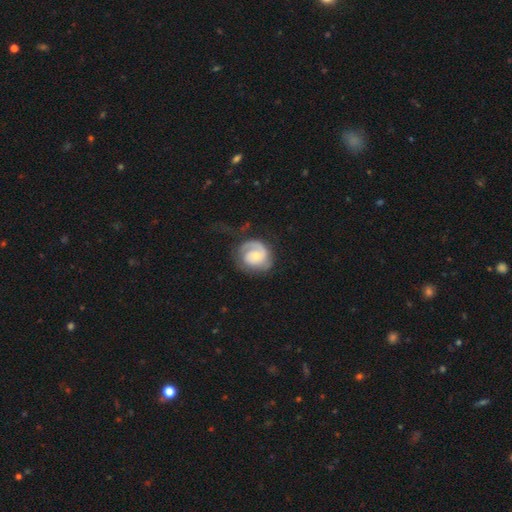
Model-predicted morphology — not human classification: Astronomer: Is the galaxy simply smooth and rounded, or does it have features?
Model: featured or disk — 76%.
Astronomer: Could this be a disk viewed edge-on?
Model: no — 98%.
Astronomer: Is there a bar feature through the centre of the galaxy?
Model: no — 70%.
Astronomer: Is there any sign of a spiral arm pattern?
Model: yes — 93%.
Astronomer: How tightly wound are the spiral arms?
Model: tight — 55% (runner-up: medium, 31%).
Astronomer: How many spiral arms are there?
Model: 1 — 43% (runner-up: 2, 36%).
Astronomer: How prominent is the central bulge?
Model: small — 48% (runner-up: moderate, 45%).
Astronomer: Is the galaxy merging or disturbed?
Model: none — 61%.